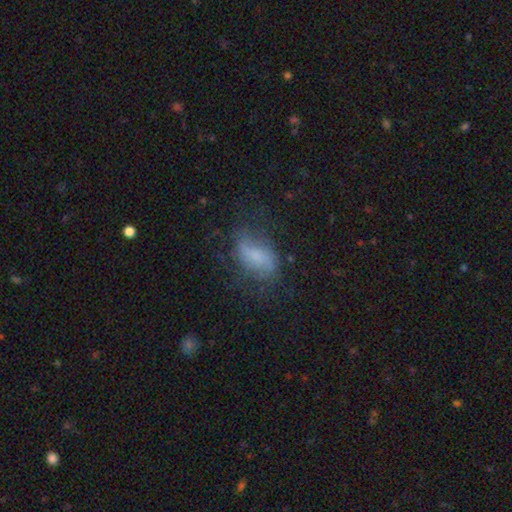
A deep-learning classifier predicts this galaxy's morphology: Q: Smooth or featured?
A: smooth (52%); runner-up: featured or disk (35%)
Q: How rounded?
A: in between (85%); runner-up: round (8%)
Q: Merging?
A: none (51%); runner-up: minor disturbance (25%)